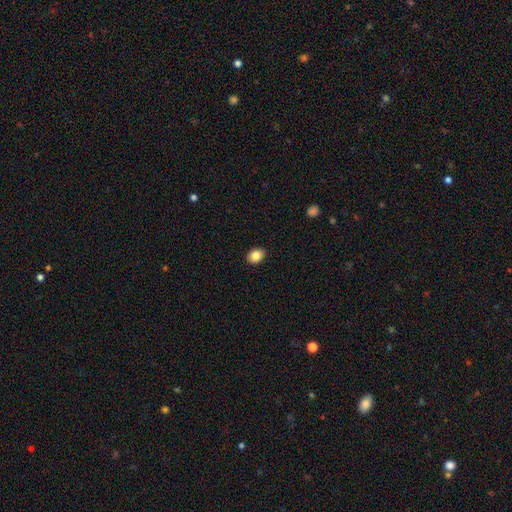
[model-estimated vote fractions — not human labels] A smooth galaxy with no disk features (86%) that is in between round and cigar-shaped (53%).

Vote fractions:
- Smooth or featured? smooth: 86% / star or artifact: 9% / featured or disk: 5%
- How rounded? in between: 53% / round: 46% / cigar-shaped: 1%
- Merging? none: 90% / minor disturbance: 7% / major disturbance: 2% / merger: 1%